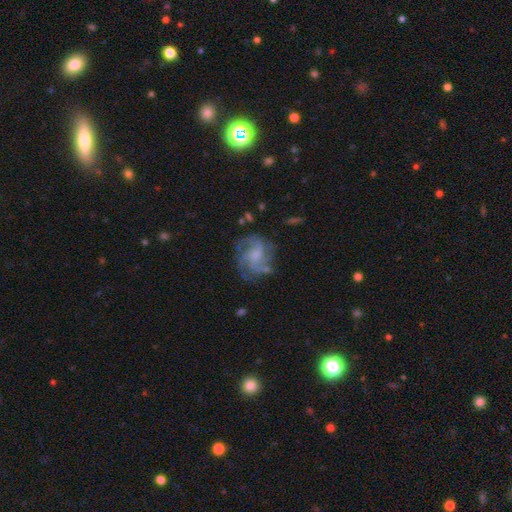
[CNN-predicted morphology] A featured or disk galaxy (76%) with no bar (58%), 3 (28%) medium (46%) spiral arms (91%) and a moderate central bulge (37%). Merging: none (67%).